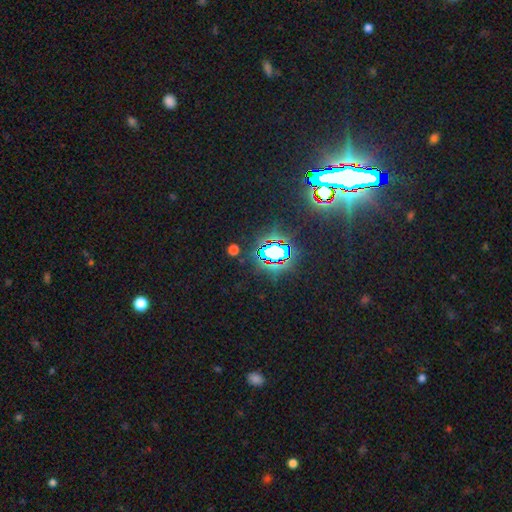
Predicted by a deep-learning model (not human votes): Morphology: type=star or artifact (84%).